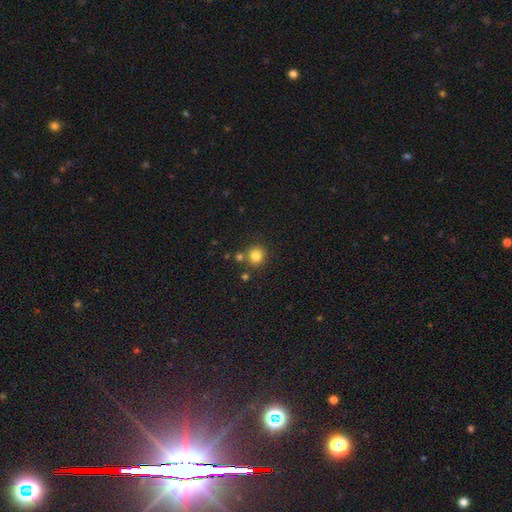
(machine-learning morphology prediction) This is clearly a smooth galaxy (82%). How rounded: clearly round (91%). Merging: likely none (77%).